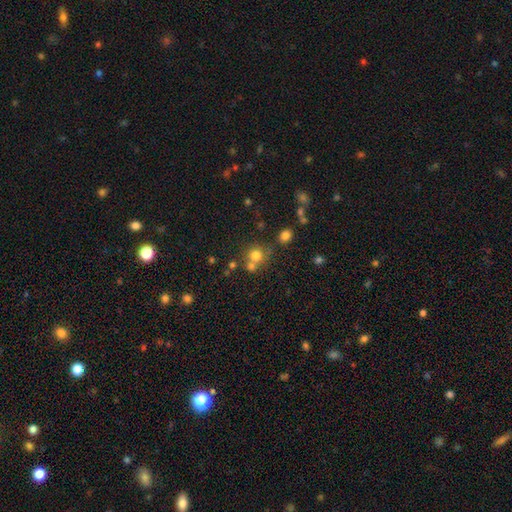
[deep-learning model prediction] Smooth or featured: smooth — 73% (star or artifact — 16%)
How rounded: round — 87% (in between — 12%)
Merging: none — 54% (merger — 33%)